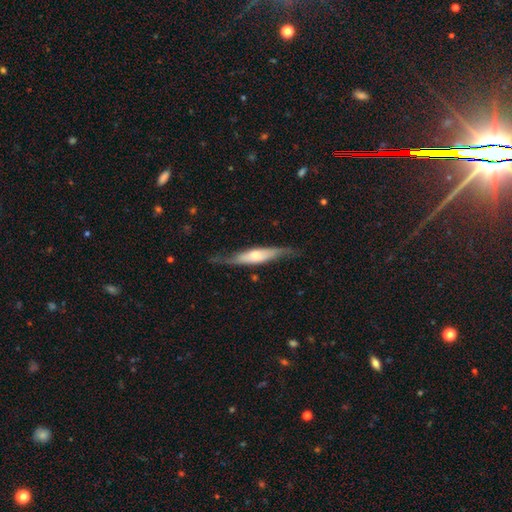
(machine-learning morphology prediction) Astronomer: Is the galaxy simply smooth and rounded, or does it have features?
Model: featured or disk — 58% (runner-up: smooth, 37%).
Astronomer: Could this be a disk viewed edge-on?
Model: yes — 74%.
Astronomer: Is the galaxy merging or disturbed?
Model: none — 67%.